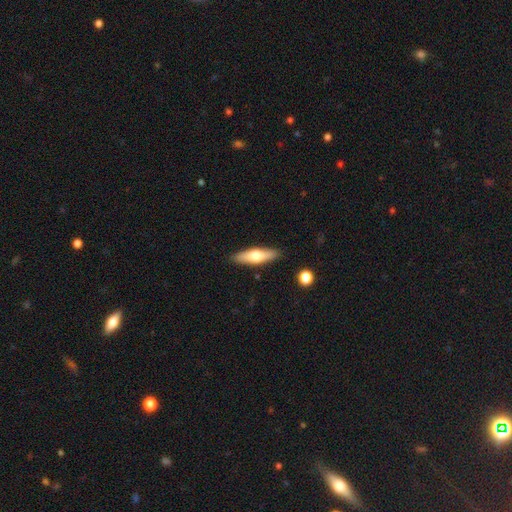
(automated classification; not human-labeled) A smooth galaxy with no disk features (58%) that is cigar-shaped (61%).

Vote fractions:
- Smooth or featured? smooth: 58% / featured or disk: 37% / star or artifact: 6%
- How rounded? cigar-shaped: 61% / in between: 37% / round: 2%
- Merging? none: 88% / minor disturbance: 8% / major disturbance: 2% / merger: 2%